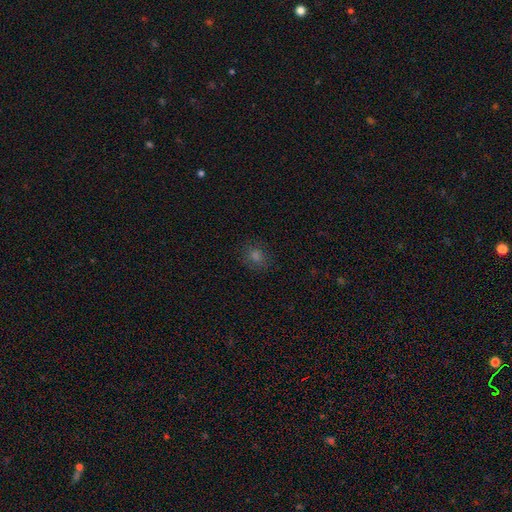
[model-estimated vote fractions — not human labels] smooth 70%, star or artifact 22%, featured or disk 7%. Down the decision tree: how rounded — round (69%); merging — none (86%).